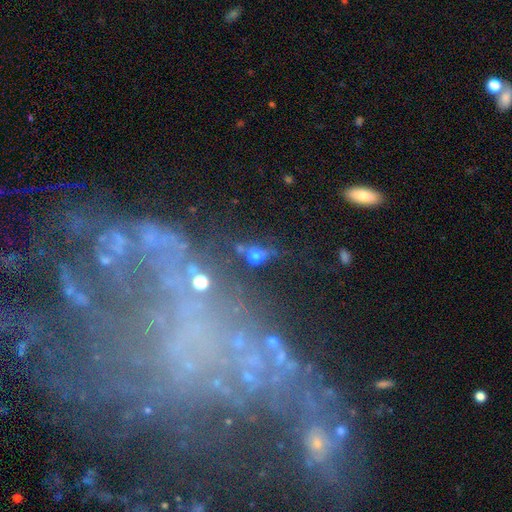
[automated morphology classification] A smooth galaxy with no disk features (61%) that is round (59%). Merging: none (48%).